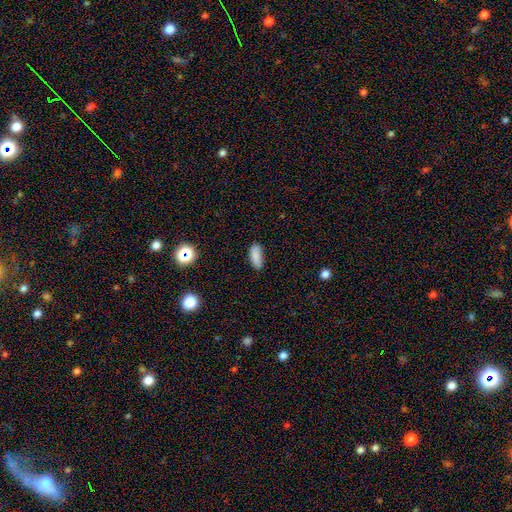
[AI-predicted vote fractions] Smooth or featured?
  - smooth: 85% *
  - star or artifact: 10%
  - featured or disk: 5%
How rounded?
  - in between: 83% *
  - cigar-shaped: 14%
  - round: 3%
Merging?
  - none: 76% *
  - minor disturbance: 18%
  - major disturbance: 4%
  - merger: 2%